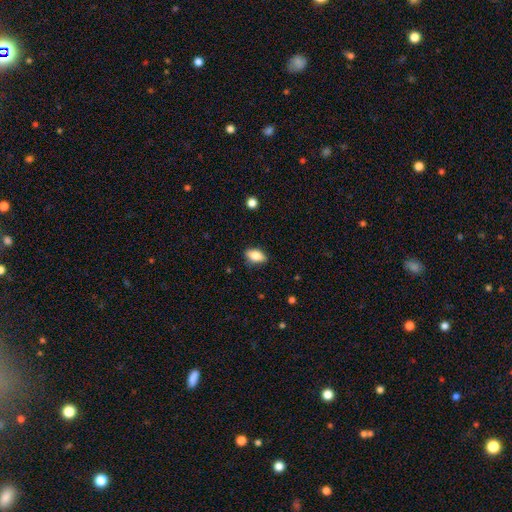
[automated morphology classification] Smooth or featured?
  - smooth: 79% *
  - featured or disk: 13%
  - star or artifact: 8%
How rounded?
  - in between: 88% *
  - cigar-shaped: 6%
  - round: 6%
Merging?
  - none: 85% *
  - minor disturbance: 12%
  - major disturbance: 2%
  - merger: 1%